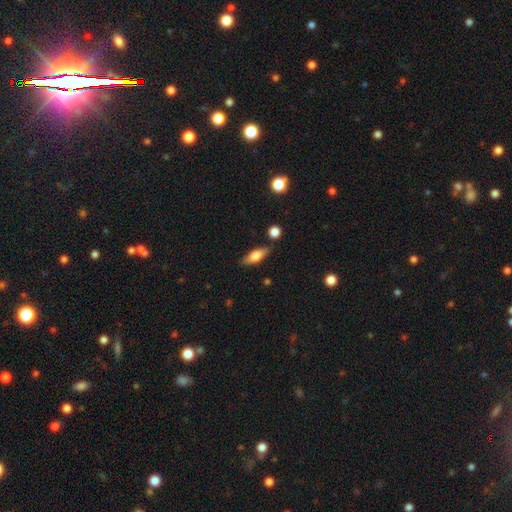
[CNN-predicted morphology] This appears to be a smooth galaxy with no disk features (70%) that is in between round and cigar-shaped (62%). Merging: none (80%).